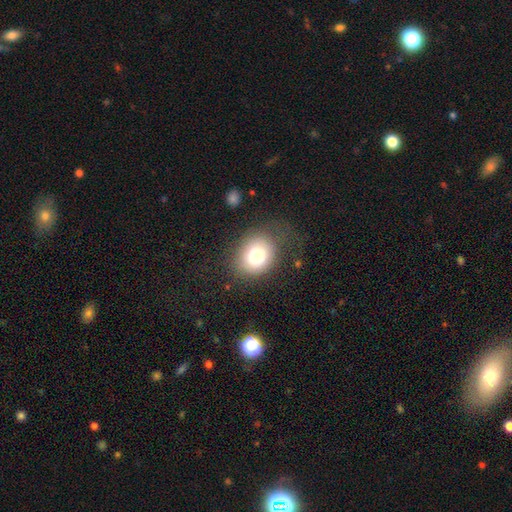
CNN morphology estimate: smooth-or-featured: smooth: 78% | featured or disk: 12% | star or artifact: 10%
  how-rounded: round: 54% | in between: 45% | cigar-shaped: 1%
  merging: none: 65% | minor disturbance: 19% | major disturbance: 14% | merger: 2%